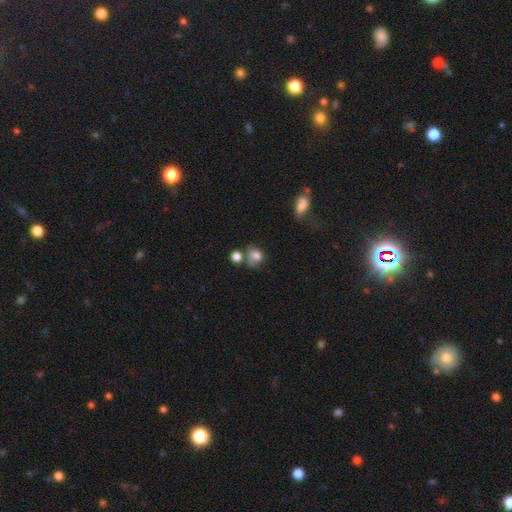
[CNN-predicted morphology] smooth_or_featured: smooth (p=0.67) [alt: featured or disk p=0.21]
how_rounded: round (p=0.52) [alt: in between p=0.46]
merging: none (p=0.36) [alt: merger p=0.25]